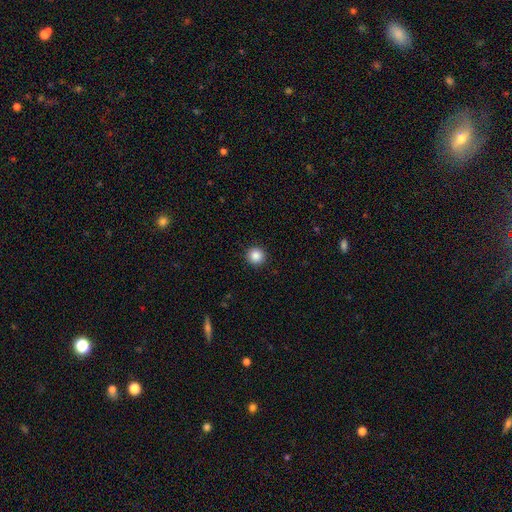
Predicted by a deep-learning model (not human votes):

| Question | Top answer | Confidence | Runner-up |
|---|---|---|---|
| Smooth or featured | smooth | 87% | star or artifact (10%) |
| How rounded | round | 95% | in between (4%) |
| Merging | none | 93% | minor disturbance (5%) |